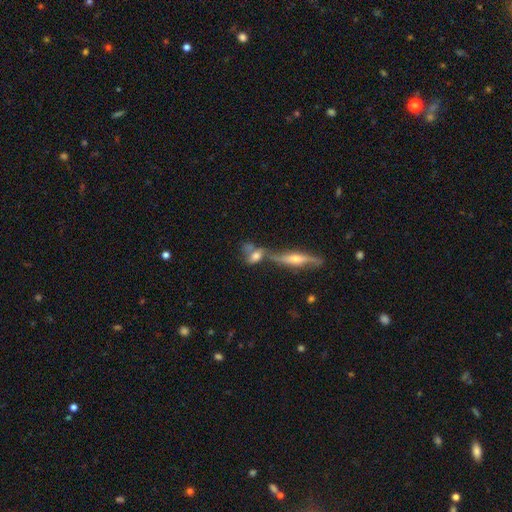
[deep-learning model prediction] Smooth or featured?
  - smooth: 55% *
  - featured or disk: 34%
  - star or artifact: 11%
How rounded?
  - in between: 68% *
  - cigar-shaped: 18%
  - round: 14%
Merging?
  - merger: 47% *
  - none: 34%
  - minor disturbance: 12%
  - major disturbance: 7%